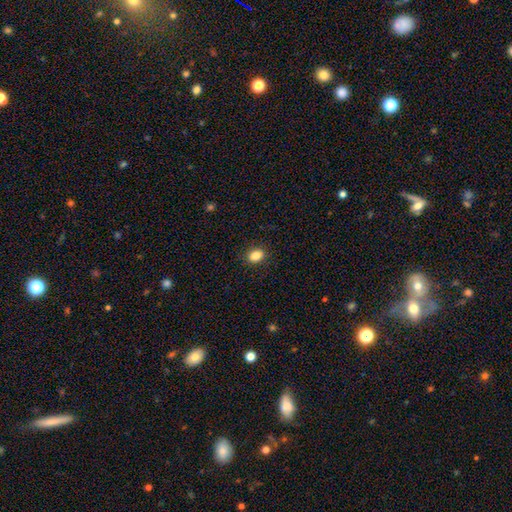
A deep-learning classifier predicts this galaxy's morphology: Smooth or featured?
  - smooth: 86% *
  - star or artifact: 9%
  - featured or disk: 4%
How rounded?
  - in between: 69% *
  - round: 30%
  - cigar-shaped: 1%
Merging?
  - none: 88% *
  - minor disturbance: 8%
  - major disturbance: 2%
  - merger: 1%